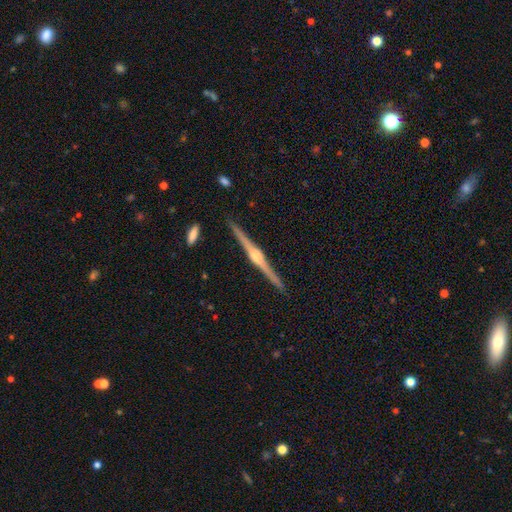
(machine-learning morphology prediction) Smooth or featured? Predicted: featured or disk (p=0.88). Edge-on disk? Predicted: yes (p=0.99). Edge-on bulge? Predicted: rounded (p=0.88). Merging? Predicted: none (p=0.92).